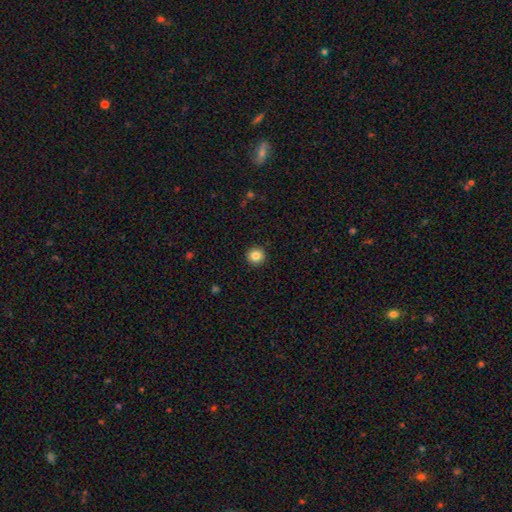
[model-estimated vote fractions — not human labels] Smooth or featured? Predicted: smooth (p=0.85). How rounded? Predicted: round (p=0.95). Merging? Predicted: none (p=0.93).